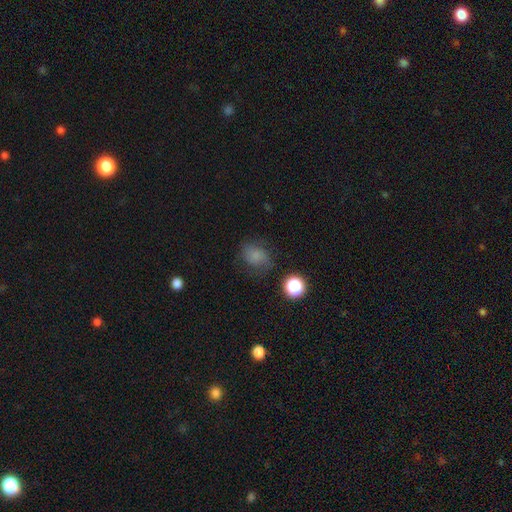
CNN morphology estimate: Smooth or featured: smooth — 68% (star or artifact — 17%)
How rounded: round — 57% (in between — 42%)
Merging: none — 65% (minor disturbance — 23%)